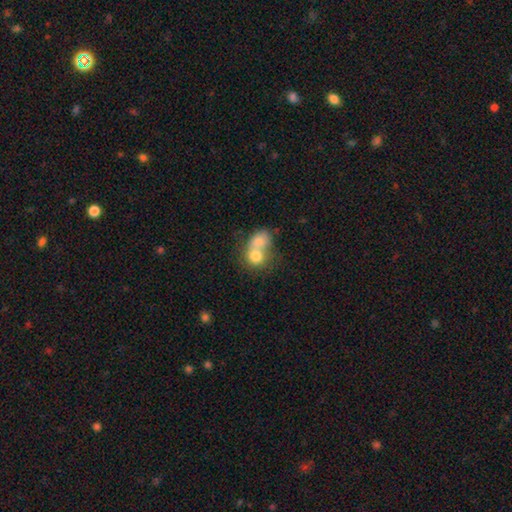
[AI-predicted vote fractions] Smooth or featured? smooth (72%)
How rounded? round (65%)
Merging? merger (74%)